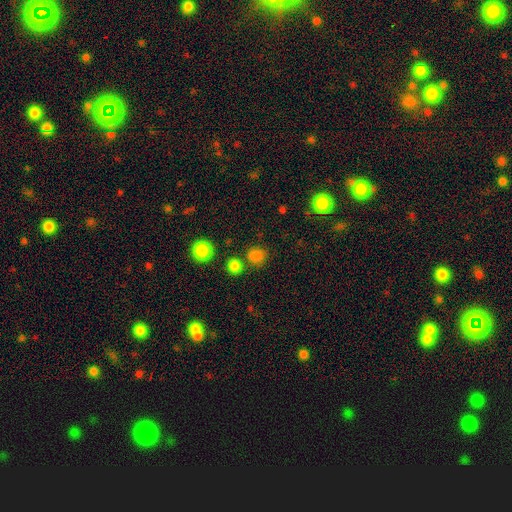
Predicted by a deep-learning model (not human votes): smooth-or-featured: smooth: 79% | star or artifact: 17% | featured or disk: 4%
  how-rounded: round: 80% | in between: 19% | cigar-shaped: 1%
  merging: none: 76% | minor disturbance: 11% | merger: 9% | major disturbance: 4%